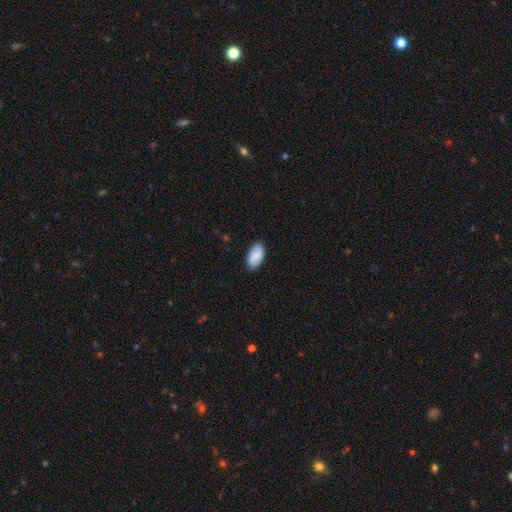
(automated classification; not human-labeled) Morphology: type=smooth (89%); roundness=in between (95%); merging=none (84%).